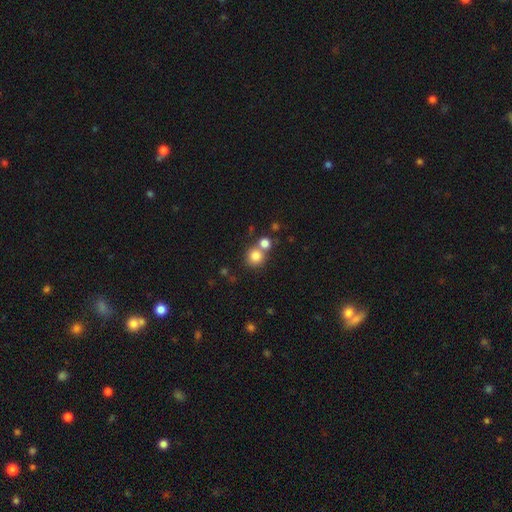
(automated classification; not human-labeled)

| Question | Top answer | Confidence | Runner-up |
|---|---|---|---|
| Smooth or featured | smooth | 81% | star or artifact (12%) |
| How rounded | round | 89% | in between (10%) |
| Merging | none | 57% | merger (33%) |